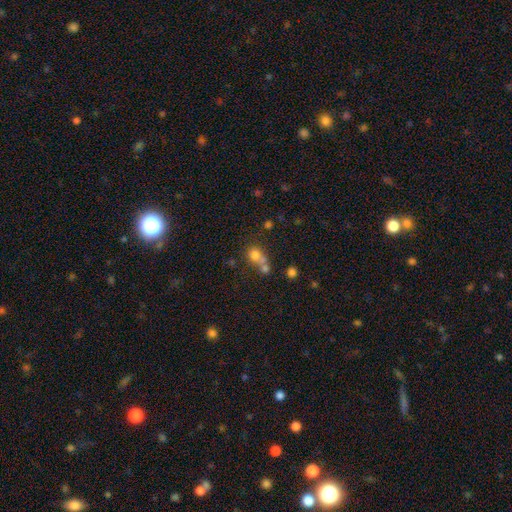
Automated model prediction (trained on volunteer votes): This appears to be a smooth galaxy with no disk features (70%) that is round (80%). Merging: merger (51%).